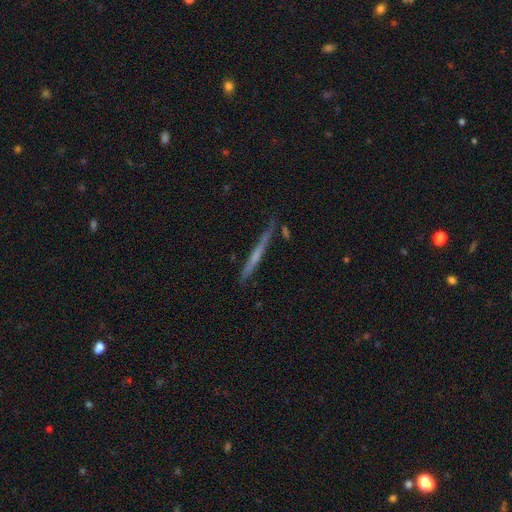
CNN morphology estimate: Smooth or featured: featured or disk — 56% (smooth — 38%)
Edge-on disk: yes — 97% (no — 3%)
Edge-on bulge: none — 74% (rounded — 20%)
Merging: none — 83% (minor disturbance — 12%)